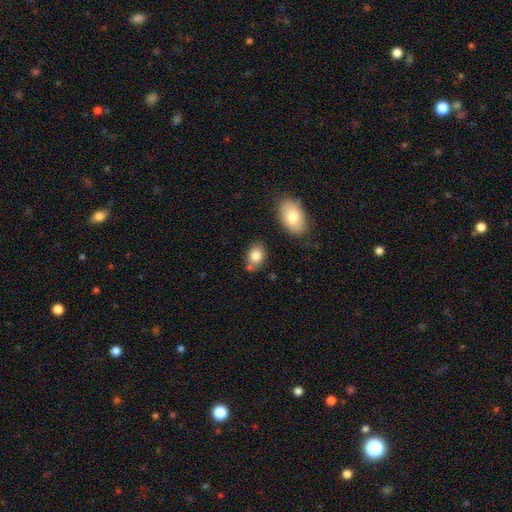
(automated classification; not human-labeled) A smooth galaxy with no disk features (83%) that is in between round and cigar-shaped (70%).

Vote fractions:
- Smooth or featured? smooth: 83% / featured or disk: 9% / star or artifact: 8%
- How rounded? in between: 70% / round: 29% / cigar-shaped: 1%
- Merging? none: 71% / minor disturbance: 15% / merger: 11% / major disturbance: 4%